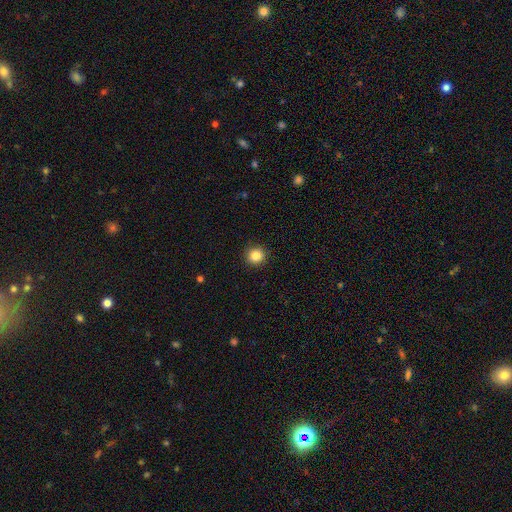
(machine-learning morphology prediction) A smooth galaxy with no disk features (84%) that is round (94%). Merging: none (92%).